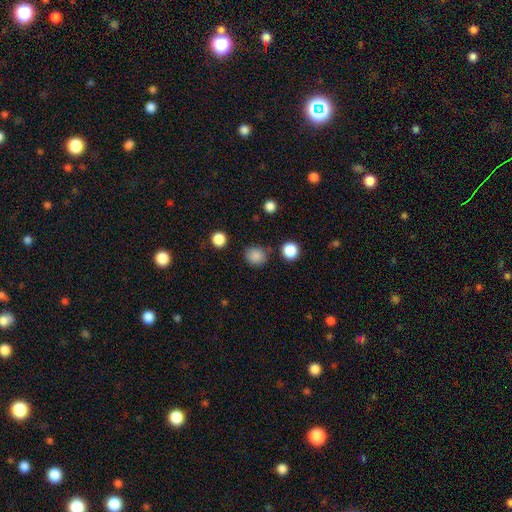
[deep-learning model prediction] smooth-or-featured: smooth: 85% | star or artifact: 11% | featured or disk: 3%
  how-rounded: round: 84% | in between: 16% | cigar-shaped: 1%
  merging: none: 83% | minor disturbance: 10% | merger: 4% | major disturbance: 3%